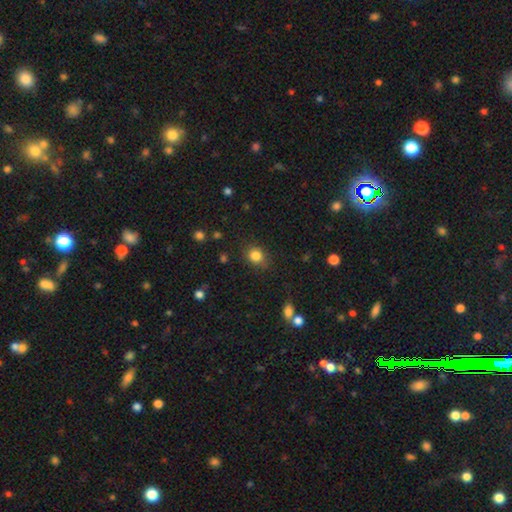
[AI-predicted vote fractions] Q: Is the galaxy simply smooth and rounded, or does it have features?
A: smooth — 83%.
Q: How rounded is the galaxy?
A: round — 67%.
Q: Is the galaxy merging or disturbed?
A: none — 82%.